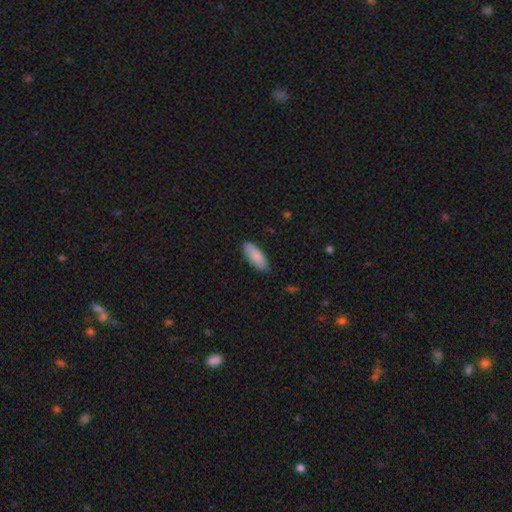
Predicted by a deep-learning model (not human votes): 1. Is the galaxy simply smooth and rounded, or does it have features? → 88% smooth, 7% featured or disk, 6% star or artifact.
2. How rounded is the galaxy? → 79% in between, 20% cigar-shaped, 2% round.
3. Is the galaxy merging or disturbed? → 85% none, 12% minor disturbance, 2% major disturbance, 1% merger.